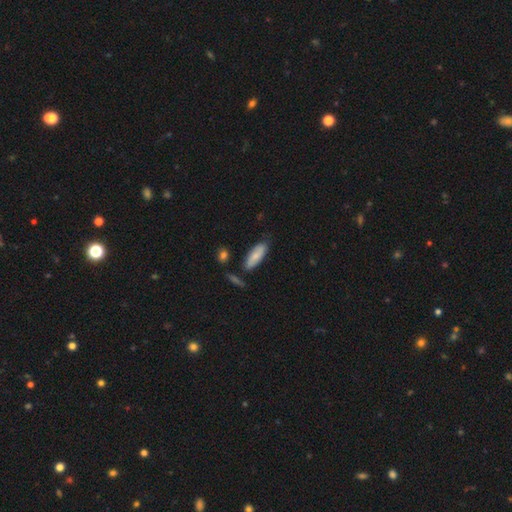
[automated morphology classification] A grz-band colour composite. It shows a smooth galaxy with no disk features (78%) that is in between round and cigar-shaped (67%). Merging: none (75%).